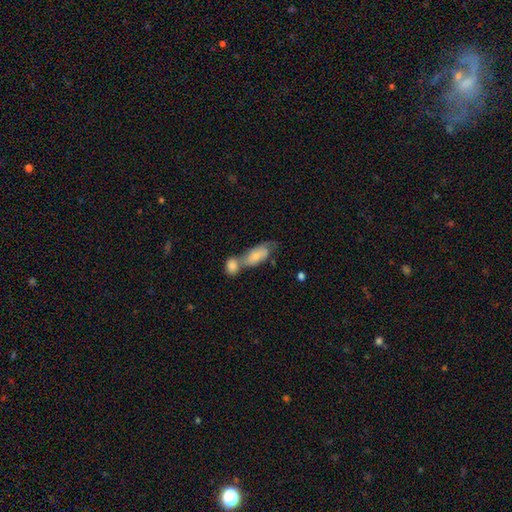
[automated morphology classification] The model was most divided on "smooth or featured": smooth: 57%, featured or disk: 34%, star or artifact: 9%. More confident: how rounded — in between (77%); merging — merger (59%).